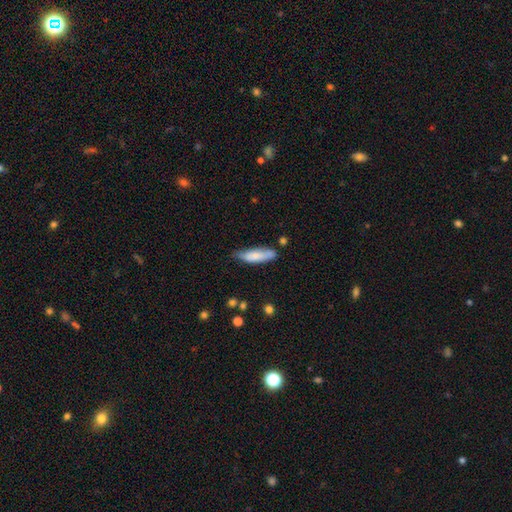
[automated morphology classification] A smooth galaxy with no disk features (77%) that is cigar-shaped (57%).

Vote fractions:
- Smooth or featured? smooth: 77% / featured or disk: 17% / star or artifact: 6%
- How rounded? cigar-shaped: 57% / in between: 41% / round: 2%
- Merging? none: 60% / minor disturbance: 30% / major disturbance: 6% / merger: 5%